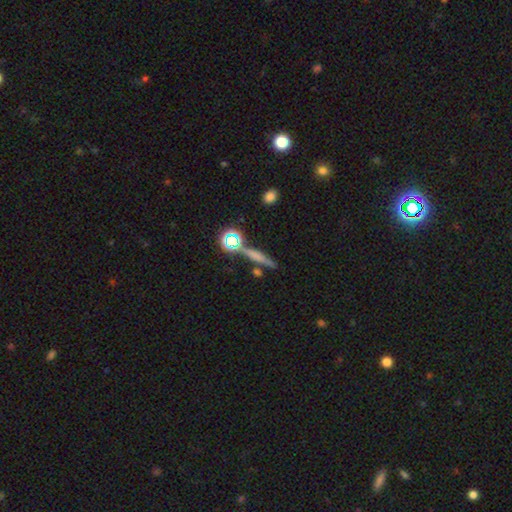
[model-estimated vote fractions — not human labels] Morphology: type=smooth (46%); merging=none (76%).